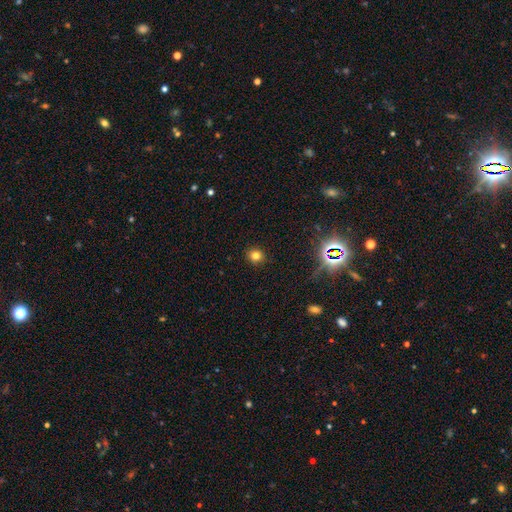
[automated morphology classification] smooth-or-featured: smooth: 76% | star or artifact: 18% | featured or disk: 7%
  how-rounded: round: 86% | in between: 13% | cigar-shaped: 1%
  merging: none: 90% | minor disturbance: 7% | major disturbance: 2% | merger: 1%